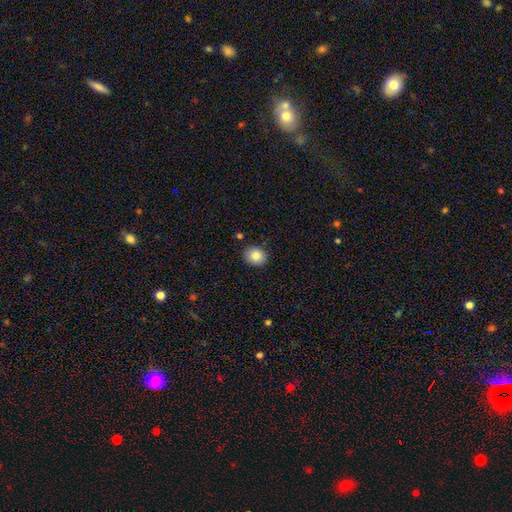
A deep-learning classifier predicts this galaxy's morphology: Smooth or featured? Predicted: smooth (p=0.85). How rounded? Predicted: round (p=0.66). Merging? Predicted: none (p=0.86).